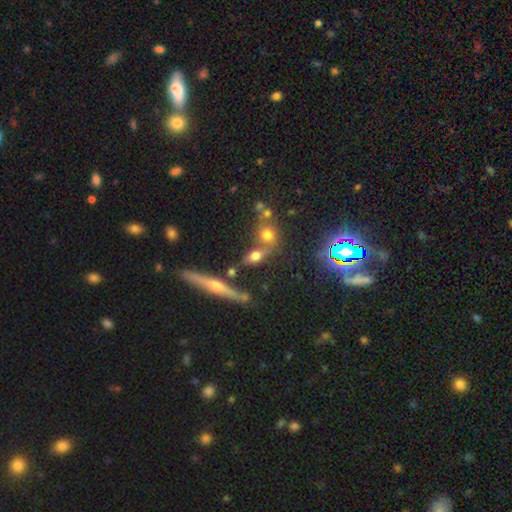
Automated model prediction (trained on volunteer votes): Morphology: type=smooth (59%); roundness=in between (53%); merging=none (53%).